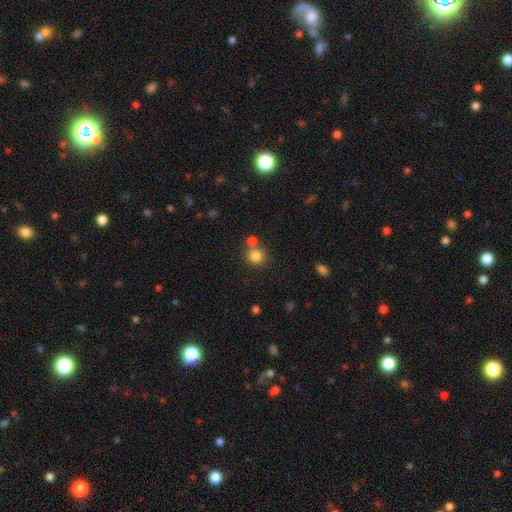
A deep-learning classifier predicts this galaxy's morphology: smooth 81%, star or artifact 12%, featured or disk 7%. Down the decision tree: how rounded — round (90%); merging — none (60%).